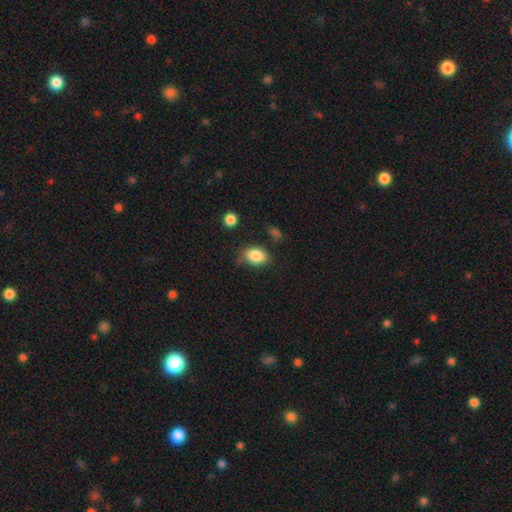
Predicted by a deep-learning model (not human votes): smooth 85%, star or artifact 8%, featured or disk 7%. Down the decision tree: how rounded — in between (76%); merging — none (67%).